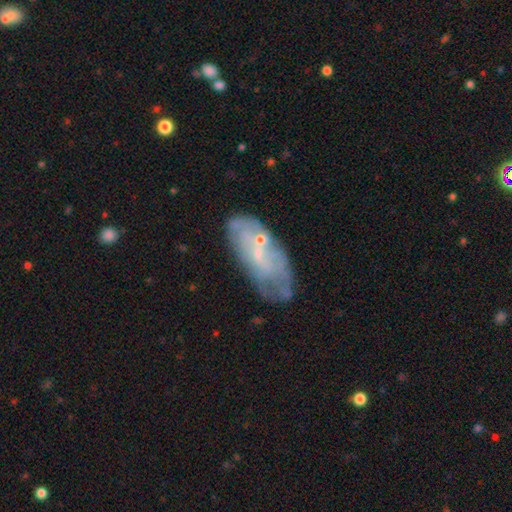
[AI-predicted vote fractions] Smooth or featured? Predicted: featured or disk (p=0.58). Edge-on disk? Predicted: no (p=0.88). Bar? Predicted: no (p=0.67). Spiral arms? Predicted: yes (p=0.51). Bulge size? Predicted: small (p=0.68). Merging? Predicted: none (p=0.62).